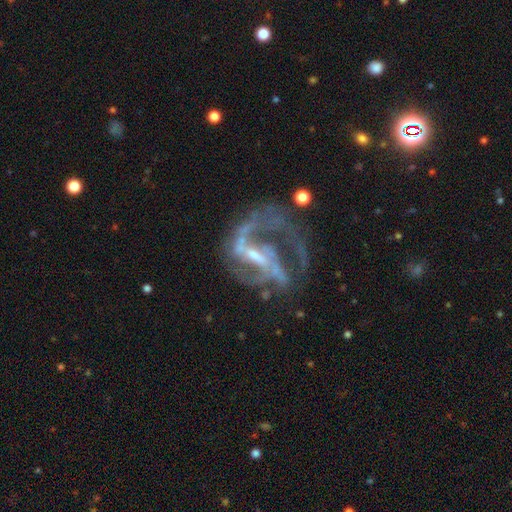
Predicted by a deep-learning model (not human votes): Smooth or featured? featured or disk (87%)
Edge-on disk? no (97%)
Bar? weak (42%, tied with strong)
Spiral arms? yes (90%)
Spiral winding? medium (47%)
Spiral arm count? 2 (54%)
Bulge size? small (48%)
Merging? major disturbance (40%)